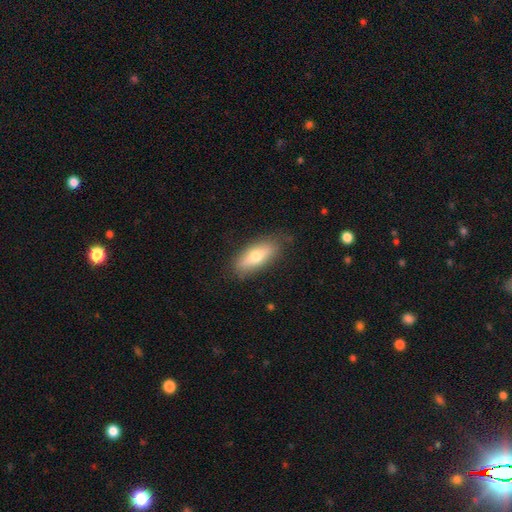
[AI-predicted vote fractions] Smooth or featured? smooth (64%)
How rounded? in between (71%)
Merging? none (79%)